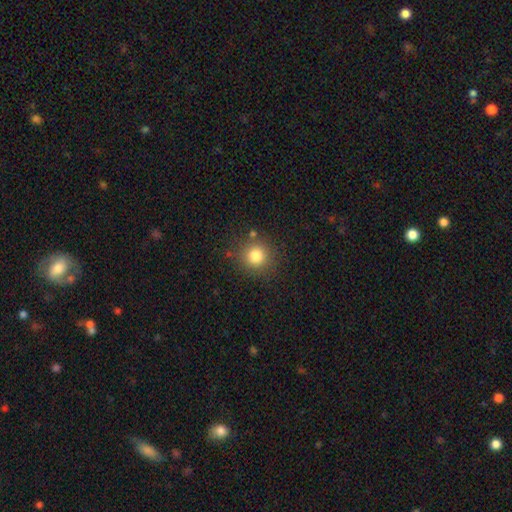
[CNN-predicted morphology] Overall: smooth (80%). How rounded: round (92%). Merging: none (84%).